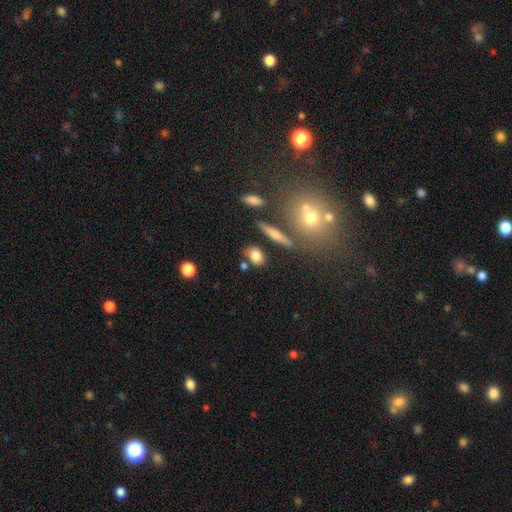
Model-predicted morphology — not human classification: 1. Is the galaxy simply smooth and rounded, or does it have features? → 80% smooth, 11% featured or disk, 9% star or artifact.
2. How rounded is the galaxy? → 57% in between, 35% round, 8% cigar-shaped.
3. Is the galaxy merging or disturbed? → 70% none, 14% minor disturbance, 11% merger, 5% major disturbance.